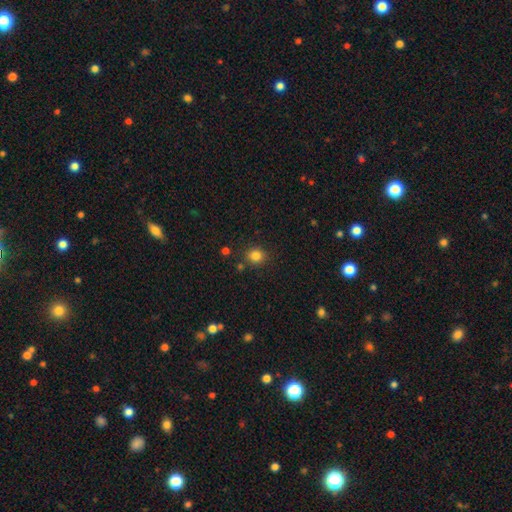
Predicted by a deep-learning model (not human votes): smooth_or_featured: smooth (p=0.83) [alt: star or artifact p=0.12]
how_rounded: round (p=0.83) [alt: in between p=0.16]
merging: none (p=0.85) [alt: minor disturbance p=0.09]